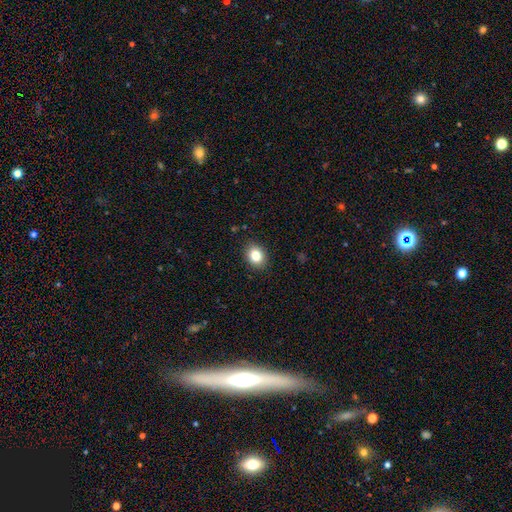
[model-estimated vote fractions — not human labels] Smooth or featured? Predicted: smooth (p=0.83). How rounded? Predicted: round (p=0.50). Merging? Predicted: none (p=0.89).